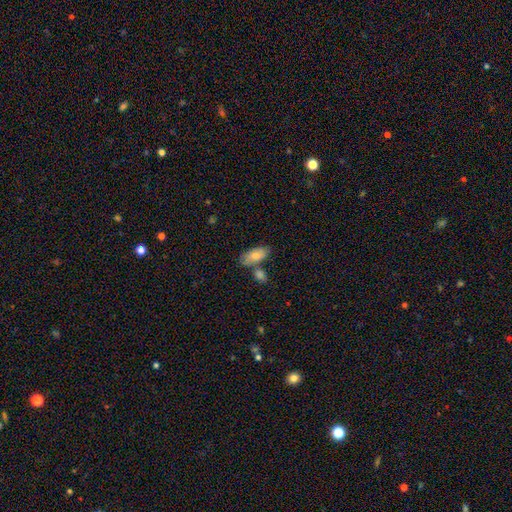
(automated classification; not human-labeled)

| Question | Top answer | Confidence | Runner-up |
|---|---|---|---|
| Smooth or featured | smooth | 77% | featured or disk (16%) |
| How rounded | in between | 91% | cigar-shaped (6%) |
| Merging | none | 59% | merger (21%) |